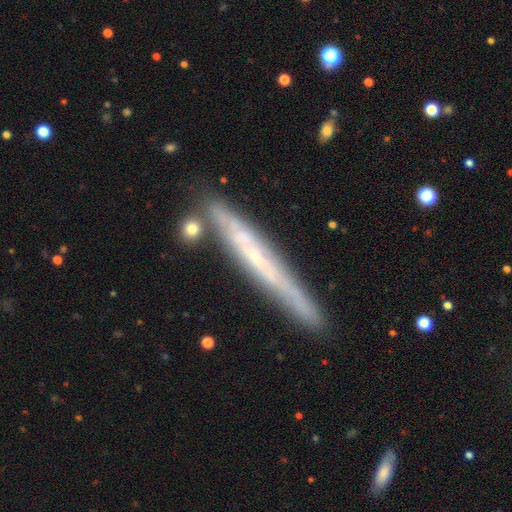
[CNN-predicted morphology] smooth-or-featured: featured or disk: 65% | smooth: 28% | star or artifact: 7%
  disk-edge-on: yes: 91% | no: 9%
    edge-on-bulge: none: 74% | rounded: 21% | boxy: 5%
  merging: none: 82% | minor disturbance: 12% | merger: 4% | major disturbance: 2%